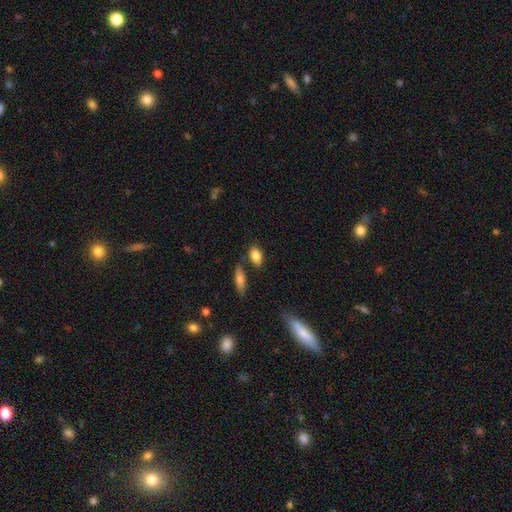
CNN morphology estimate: Smooth or featured: smooth — 86% (star or artifact — 7%)
How rounded: in between — 81% (round — 14%)
Merging: none — 73% (minor disturbance — 15%)